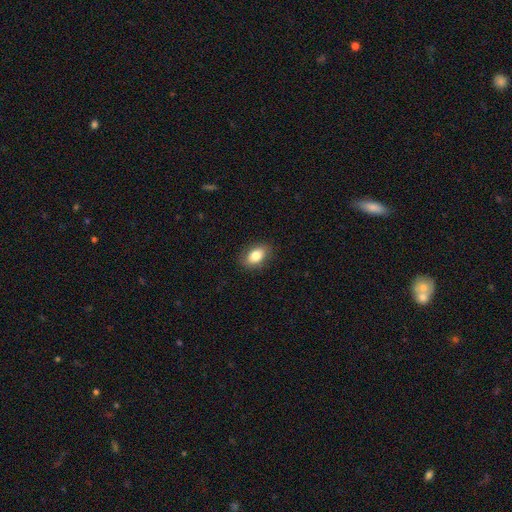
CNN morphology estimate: The model was most divided on "smooth or featured": smooth: 81%, featured or disk: 11%, star or artifact: 7%. More confident: how rounded — in between (88%); merging — none (85%).